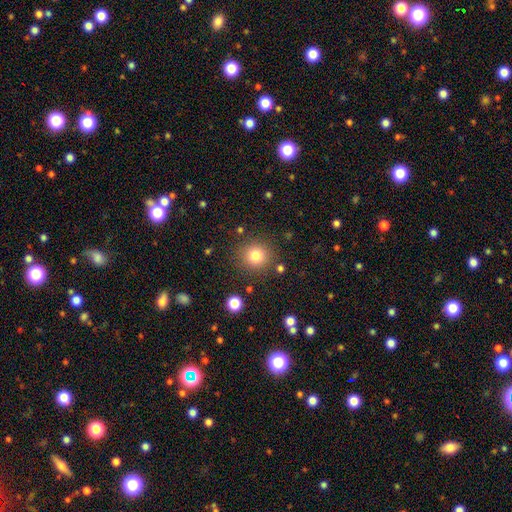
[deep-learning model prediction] smooth-or-featured: smooth: 80% | star or artifact: 13% | featured or disk: 7%
  how-rounded: round: 92% | in between: 7% | cigar-shaped: 1%
  merging: none: 86% | minor disturbance: 8% | major disturbance: 3% | merger: 3%